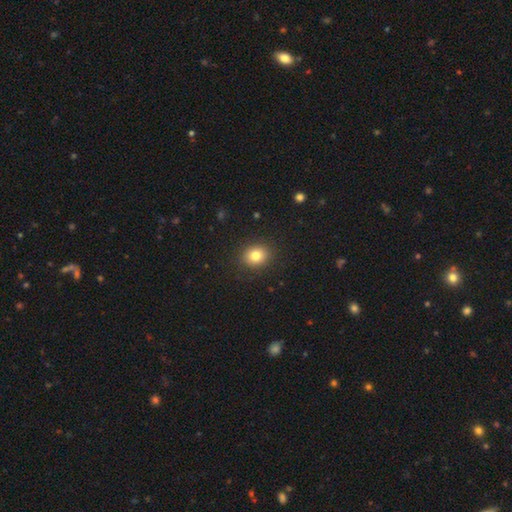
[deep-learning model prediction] smooth 81%, star or artifact 11%, featured or disk 7%. Down the decision tree: how rounded — round (70%); merging — none (90%).